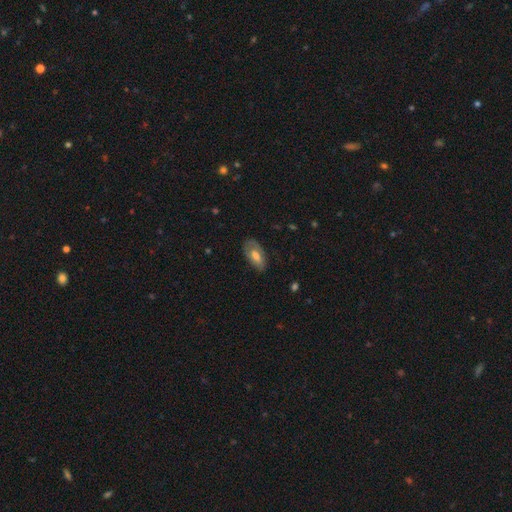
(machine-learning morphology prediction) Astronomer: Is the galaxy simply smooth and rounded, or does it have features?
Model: smooth — 55% (runner-up: featured or disk, 39%).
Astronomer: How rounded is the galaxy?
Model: in between — 91%.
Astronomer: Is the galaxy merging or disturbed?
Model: none — 72%.